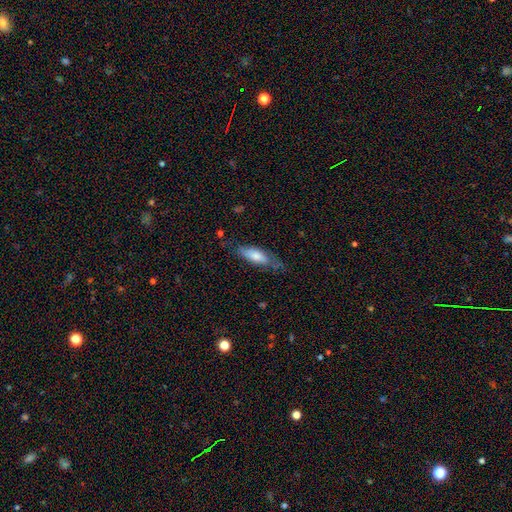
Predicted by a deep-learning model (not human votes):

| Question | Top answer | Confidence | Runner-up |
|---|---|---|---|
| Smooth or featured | smooth | 69% | featured or disk (25%) |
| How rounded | in between | 61% | cigar-shaped (37%) |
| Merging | none | 58% | minor disturbance (29%) |